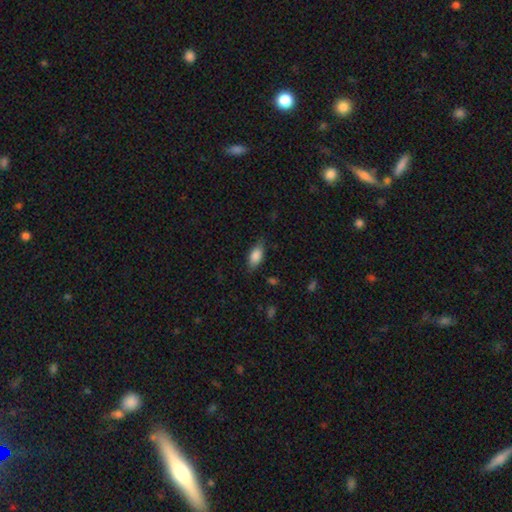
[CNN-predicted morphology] The model was most divided on "merging": none: 77%, minor disturbance: 18%, major disturbance: 4%, merger: 1%. More confident: how rounded — in between (88%); smooth or featured — smooth (84%).